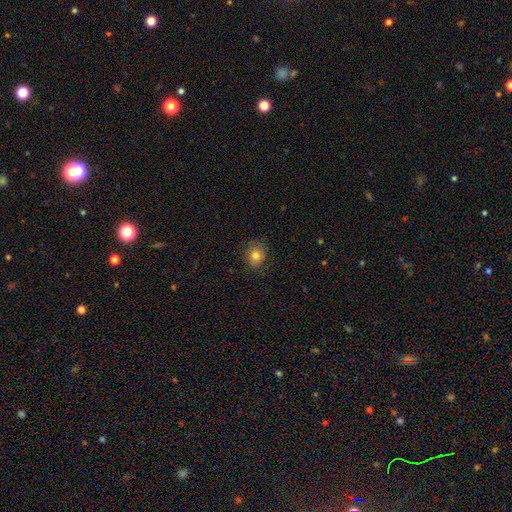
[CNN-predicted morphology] This appears to be a smooth galaxy with no disk features (81%) that is round (62%). Merging: none (81%).